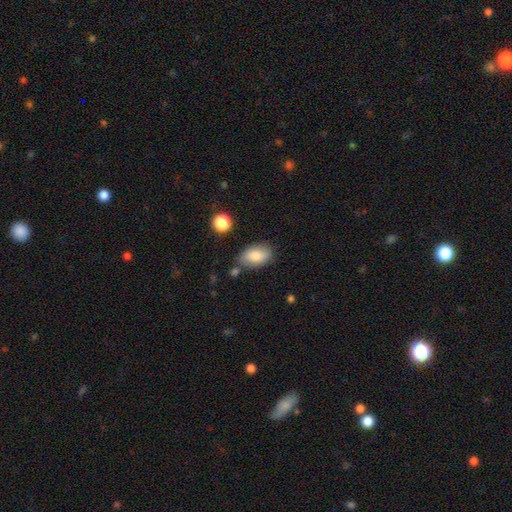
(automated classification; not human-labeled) smooth-or-featured: smooth: 80% | featured or disk: 12% | star or artifact: 8%
  how-rounded: in between: 91% | round: 7% | cigar-shaped: 2%
  merging: none: 73% | minor disturbance: 18% | merger: 5% | major disturbance: 4%